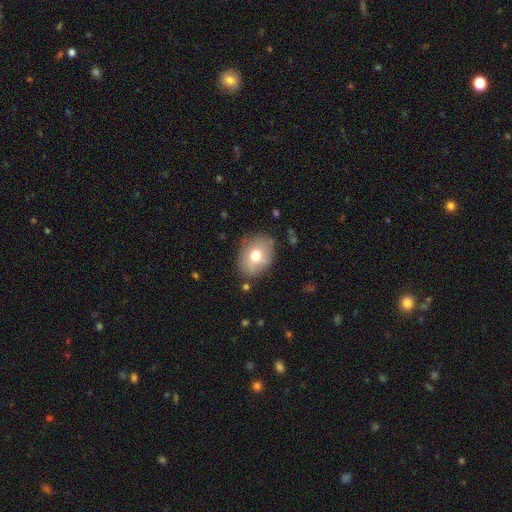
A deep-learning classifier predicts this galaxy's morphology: type=smooth (68%); roundness=in between (60%); merging=none (78%).